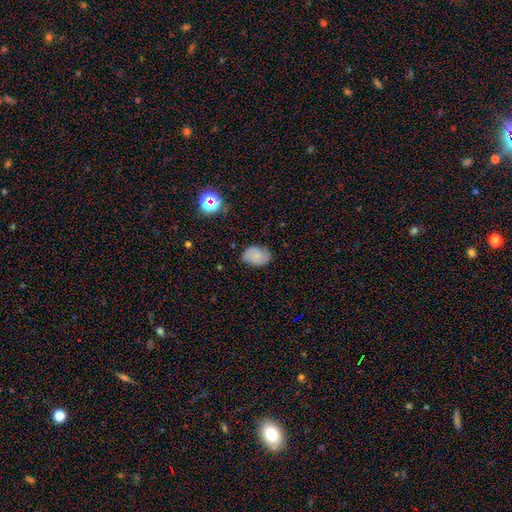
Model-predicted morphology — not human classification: Smooth or featured: smooth — 70% (featured or disk — 19%)
How rounded: in between — 77% (round — 22%)
Merging: none — 75% (minor disturbance — 20%)